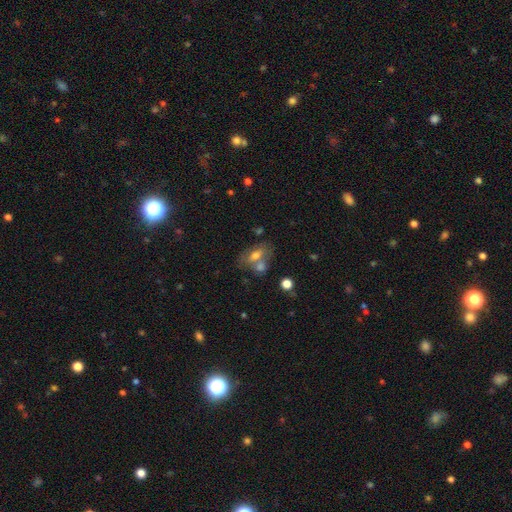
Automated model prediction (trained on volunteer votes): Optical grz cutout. It shows a smooth galaxy with no disk features (60%) that is in between round and cigar-shaped (80%). Merging: none (42%).